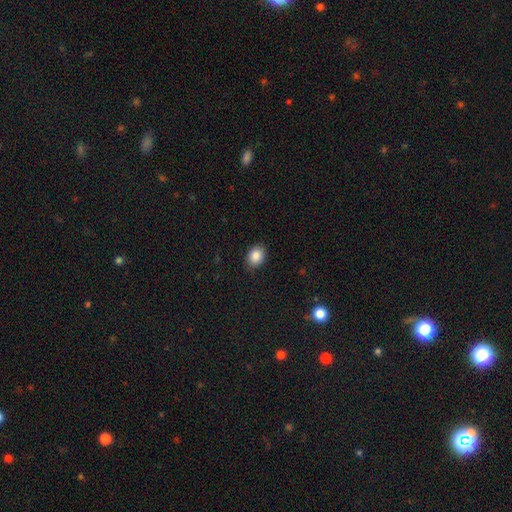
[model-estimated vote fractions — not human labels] Smooth or featured?
  - smooth: 88% *
  - star or artifact: 8%
  - featured or disk: 4%
How rounded?
  - in between: 66% *
  - round: 33%
  - cigar-shaped: 1%
Merging?
  - none: 87% *
  - minor disturbance: 10%
  - major disturbance: 2%
  - merger: 1%